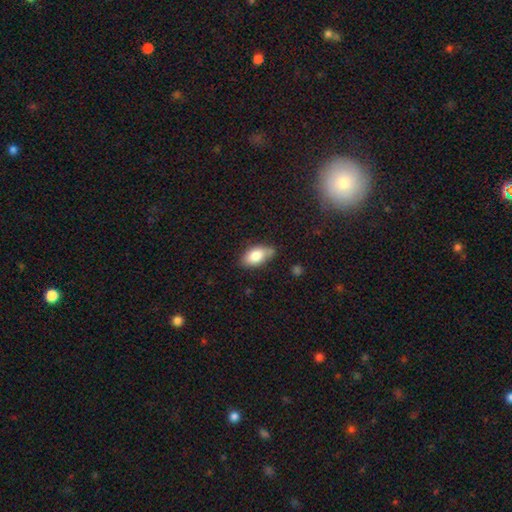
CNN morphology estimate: smooth-or-featured: smooth: 81% | featured or disk: 12% | star or artifact: 7%
  how-rounded: in between: 91% | round: 6% | cigar-shaped: 4%
  merging: none: 66% | minor disturbance: 24% | merger: 5% | major disturbance: 4%